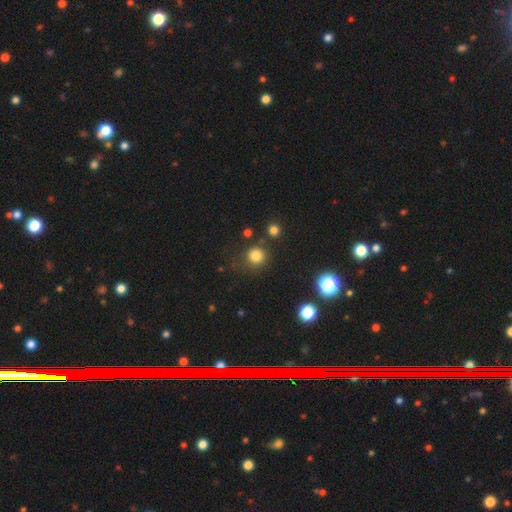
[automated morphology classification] smooth_or_featured: smooth (p=0.81) [alt: star or artifact p=0.14]
how_rounded: round (p=0.91) [alt: in between p=0.08]
merging: none (p=0.77) [alt: minor disturbance p=0.11]